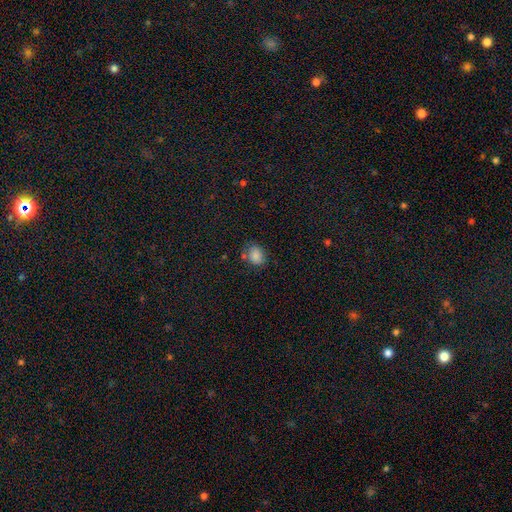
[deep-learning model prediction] Q: Smooth or featured?
A: smooth (83%); runner-up: star or artifact (10%)
Q: How rounded?
A: in between (56%); runner-up: round (43%)
Q: Merging?
A: none (67%); runner-up: minor disturbance (21%)